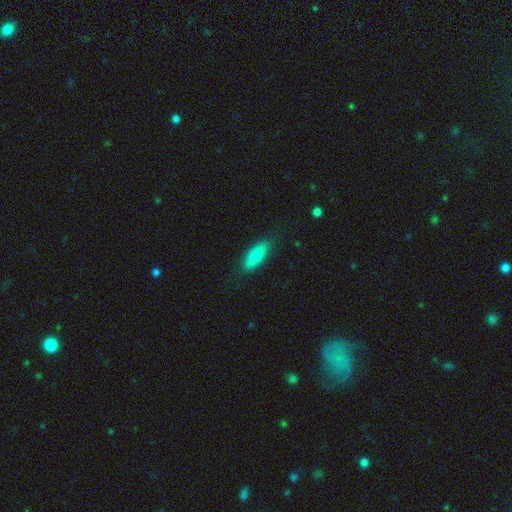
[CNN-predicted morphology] A smooth galaxy with no disk features (82%) that is in between round and cigar-shaped (62%). Merging: none (84%).